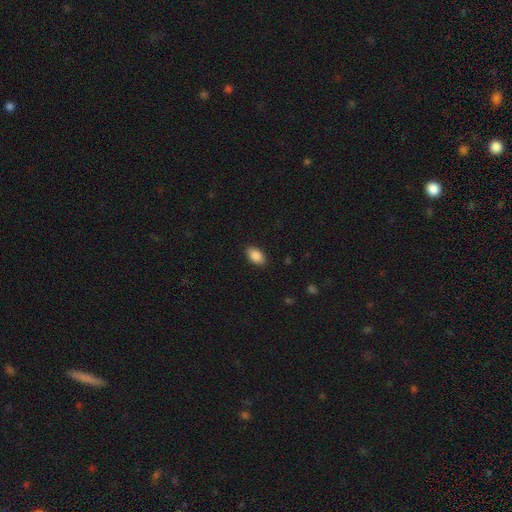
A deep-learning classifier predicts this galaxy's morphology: The model was most divided on "merging": none: 88%, minor disturbance: 9%, major disturbance: 2%, merger: 1%. More confident: how rounded — in between (92%); smooth or featured — smooth (88%).